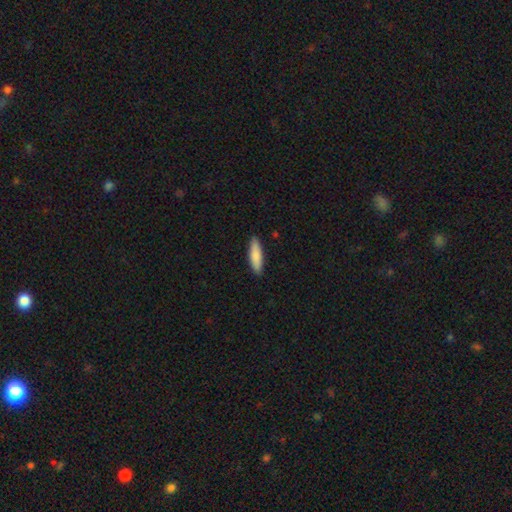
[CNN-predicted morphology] Q: Smooth or featured?
A: smooth (84%); runner-up: featured or disk (11%)
Q: How rounded?
A: cigar-shaped (65%); runner-up: in between (34%)
Q: Merging?
A: none (90%); runner-up: minor disturbance (8%)